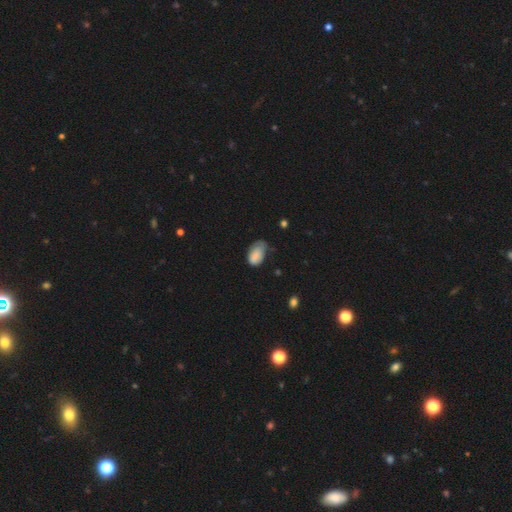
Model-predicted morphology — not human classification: Smooth or featured? Predicted: smooth (p=0.80). How rounded? Predicted: in between (p=0.91). Merging? Predicted: minor disturbance (p=0.46).